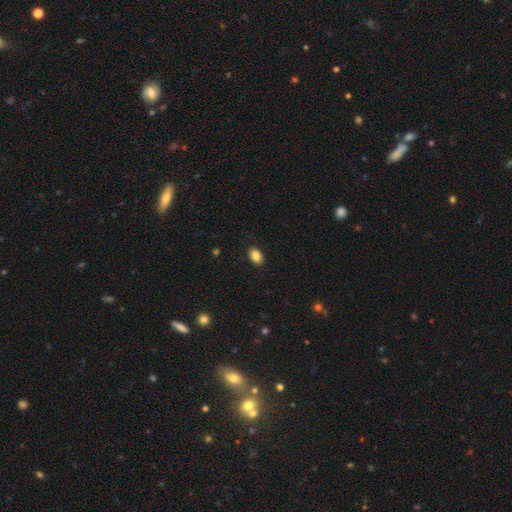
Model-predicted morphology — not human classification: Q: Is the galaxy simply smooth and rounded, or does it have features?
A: smooth — 87%.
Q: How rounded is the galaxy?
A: in between — 84%.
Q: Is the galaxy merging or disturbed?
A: none — 88%.